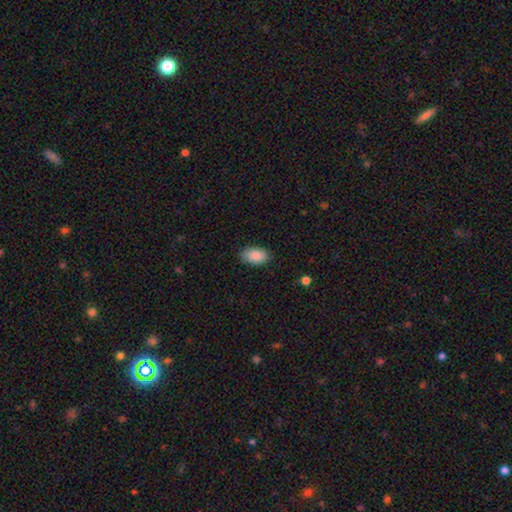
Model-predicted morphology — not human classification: This is clearly a smooth galaxy (88%). How rounded: clearly in between (93%). Merging: clearly none (84%).